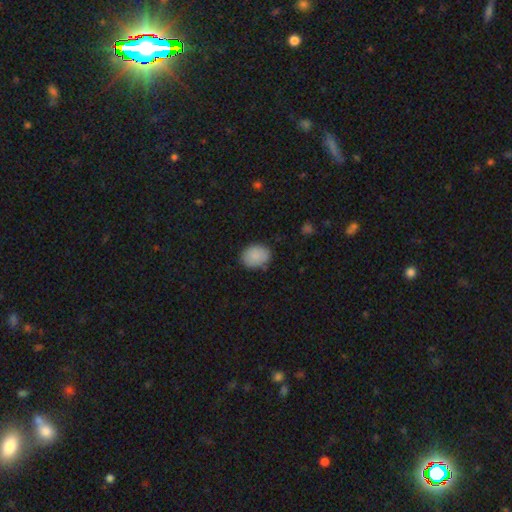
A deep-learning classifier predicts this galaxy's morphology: This is clearly a smooth galaxy (88%). How rounded: possibly in between (58%). Merging: likely none (79%).